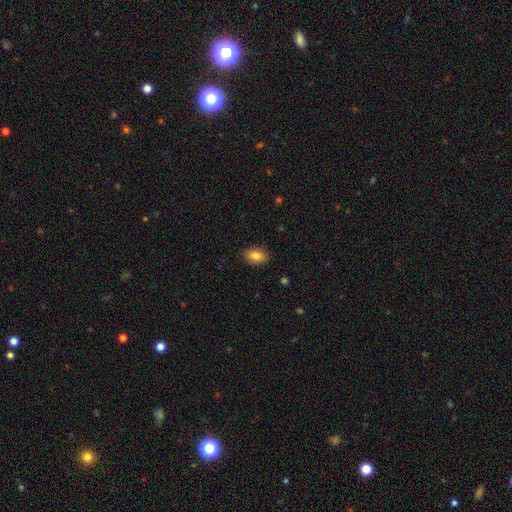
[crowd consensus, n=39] This appears to be a smooth galaxy with no disk features (79%) that is in between round and cigar-shaped (77%). Merging: none (89%).